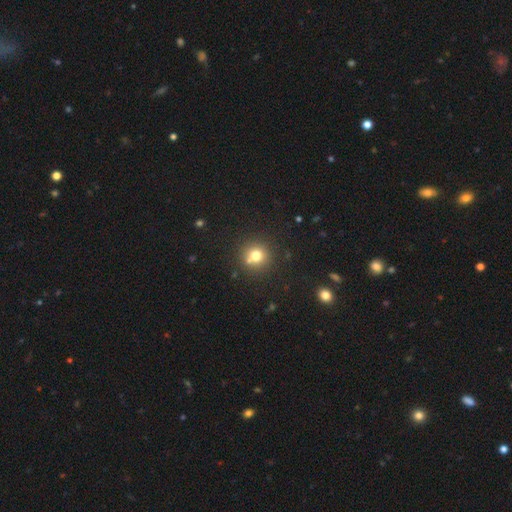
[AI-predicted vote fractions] Morphology: type=smooth (74%); roundness=round (92%); merging=none (74%).